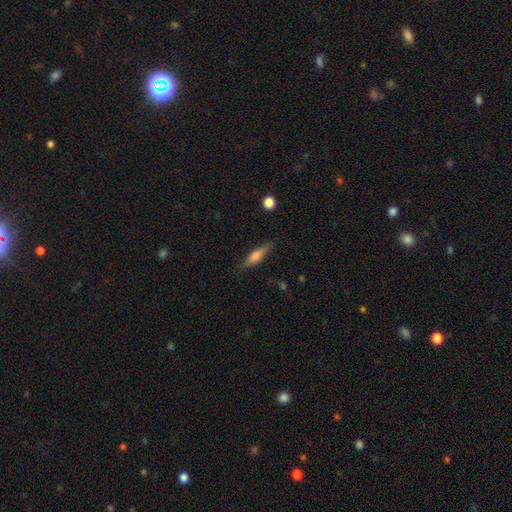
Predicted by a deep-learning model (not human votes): The model was most divided on "smooth or featured": smooth: 51%, featured or disk: 42%, star or artifact: 7%. More confident: merging — none (82%); how rounded — cigar-shaped (69%).